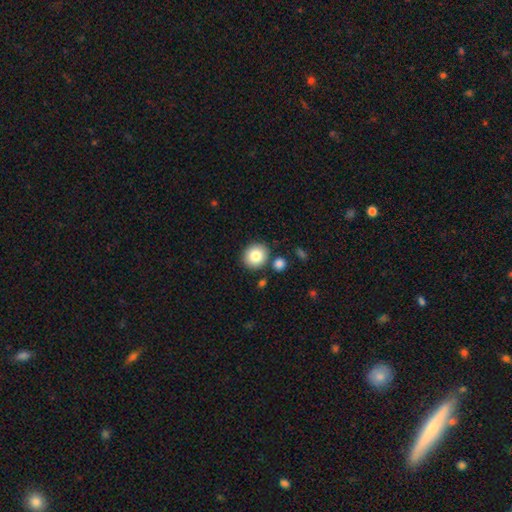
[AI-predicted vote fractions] smooth_or_featured: smooth (p=0.83) [alt: star or artifact p=0.09]
how_rounded: round (p=0.83) [alt: in between p=0.16]
merging: none (p=0.81) [alt: minor disturbance p=0.08]